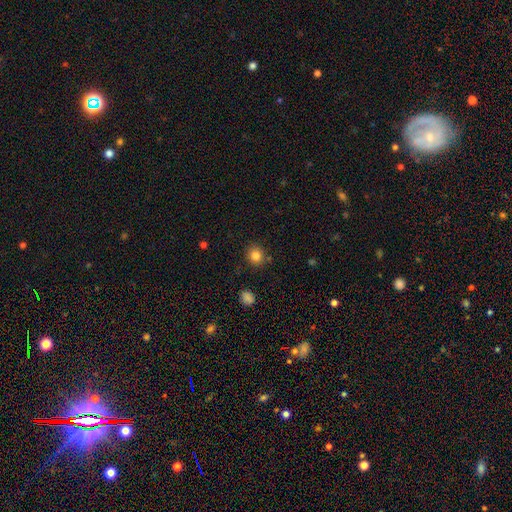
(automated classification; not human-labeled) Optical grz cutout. It shows a smooth galaxy with no disk features (84%) that is round (87%). Merging: none (86%).